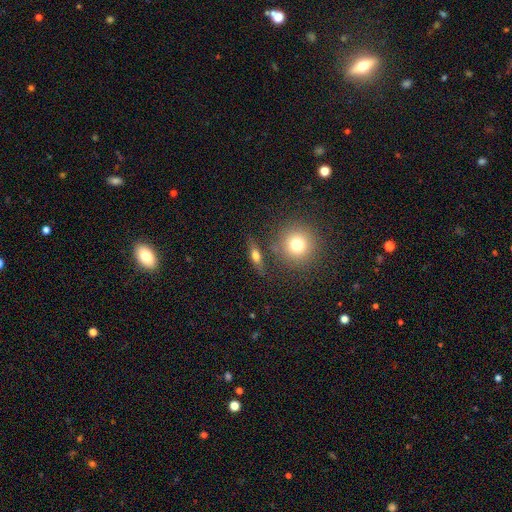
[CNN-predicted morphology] A smooth galaxy with no disk features (57%) that is in between round and cigar-shaped (44%).

Vote fractions:
- Smooth or featured? smooth: 57% / featured or disk: 31% / star or artifact: 12%
- How rounded? in between: 44% / cigar-shaped: 35% / round: 21%
- Merging? none: 76% / minor disturbance: 13% / merger: 7% / major disturbance: 5%